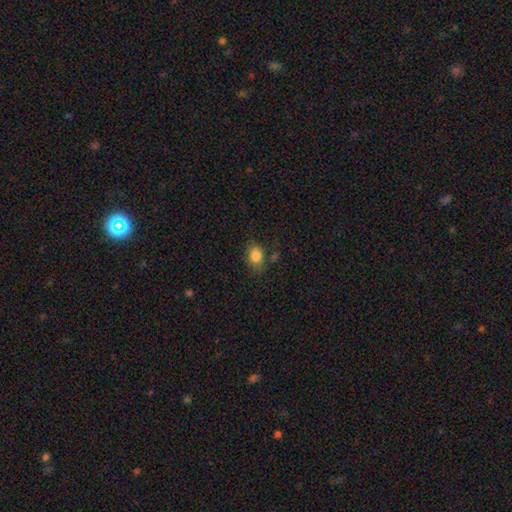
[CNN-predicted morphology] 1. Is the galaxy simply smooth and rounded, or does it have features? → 84% smooth, 10% star or artifact, 6% featured or disk.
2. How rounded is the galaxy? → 66% in between, 32% round, 1% cigar-shaped.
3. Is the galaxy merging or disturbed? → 71% none, 18% minor disturbance, 6% major disturbance, 5% merger.